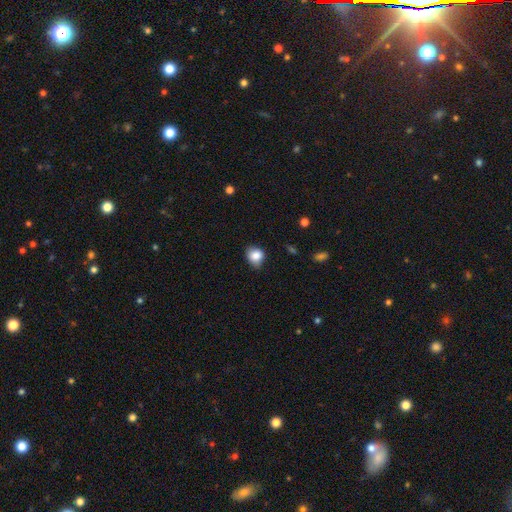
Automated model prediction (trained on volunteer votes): The model was most divided on "how rounded": round: 68%, in between: 31%, cigar-shaped: 1%. More confident: smooth or featured — smooth (84%); merging — none (67%).